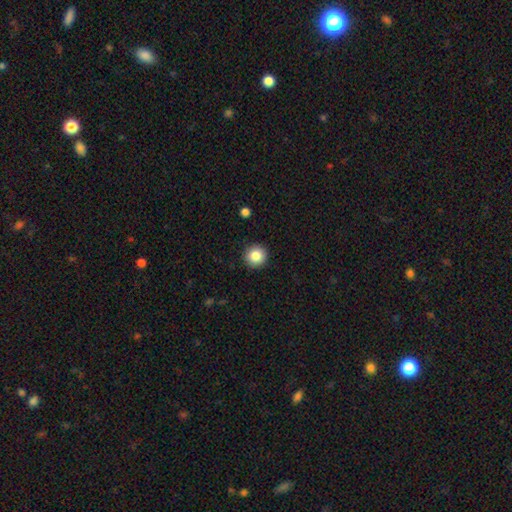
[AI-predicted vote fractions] The model was most divided on "smooth or featured": smooth: 84%, star or artifact: 10%, featured or disk: 6%. More confident: how rounded — round (95%); merging — none (93%).